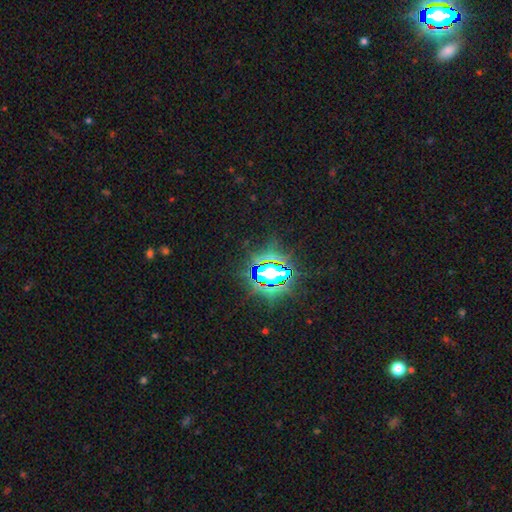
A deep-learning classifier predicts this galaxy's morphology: Overall: star or artifact (80%).